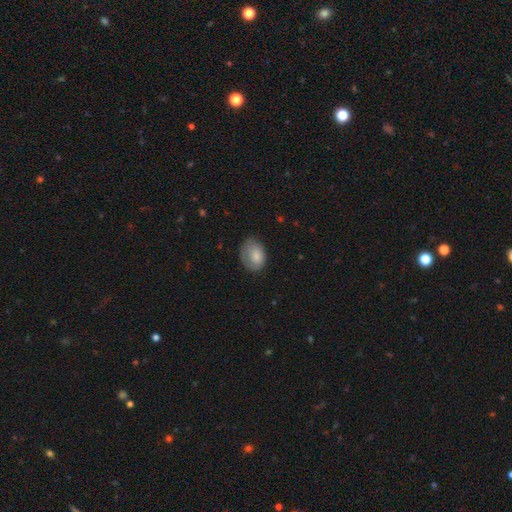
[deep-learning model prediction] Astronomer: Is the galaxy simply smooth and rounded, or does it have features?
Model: smooth — 79%.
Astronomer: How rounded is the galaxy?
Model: in between — 71%.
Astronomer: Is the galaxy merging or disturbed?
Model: none — 56%.